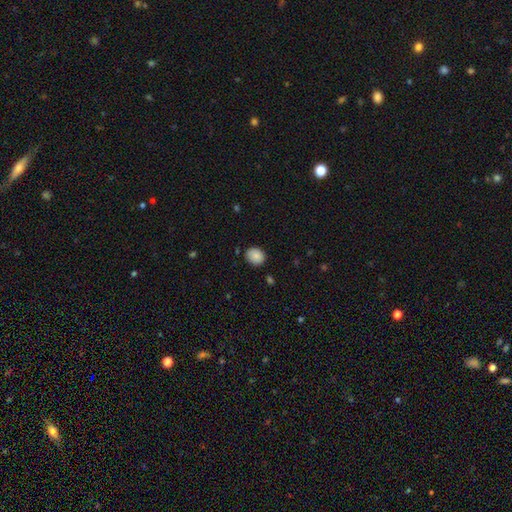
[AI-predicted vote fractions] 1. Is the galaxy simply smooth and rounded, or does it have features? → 85% smooth, 8% star or artifact, 6% featured or disk.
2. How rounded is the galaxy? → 60% round, 39% in between, 1% cigar-shaped.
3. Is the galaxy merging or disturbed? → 81% none, 14% minor disturbance, 2% major disturbance, 2% merger.